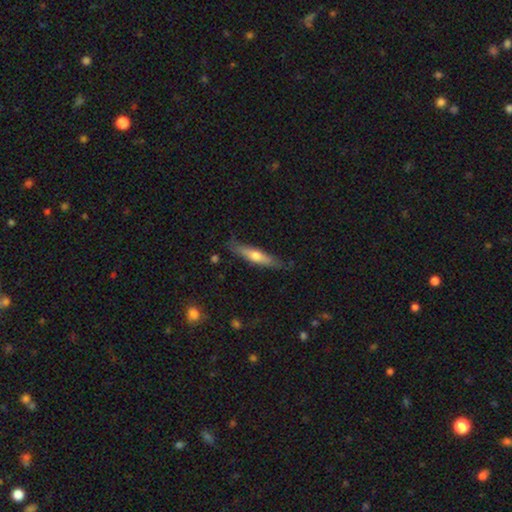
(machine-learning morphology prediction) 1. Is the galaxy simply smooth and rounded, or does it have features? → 50% smooth, 44% featured or disk, 6% star or artifact.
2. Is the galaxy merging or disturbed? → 80% none, 15% minor disturbance, 3% major disturbance, 2% merger.